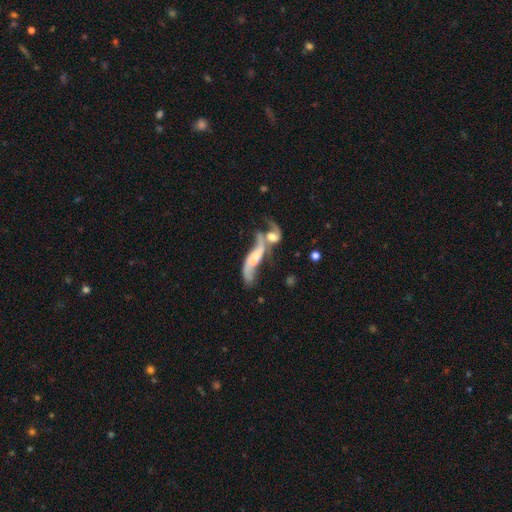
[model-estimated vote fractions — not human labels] Smooth or featured: featured or disk — 75% (smooth — 16%)
Edge-on disk: no — 76% (yes — 24%)
Bar: no — 57% (weak — 31%)
Spiral arms: yes — 84% (no — 16%)
Bulge size: small — 47% (moderate — 42%)
Merging: merger — 58% (none — 21%)